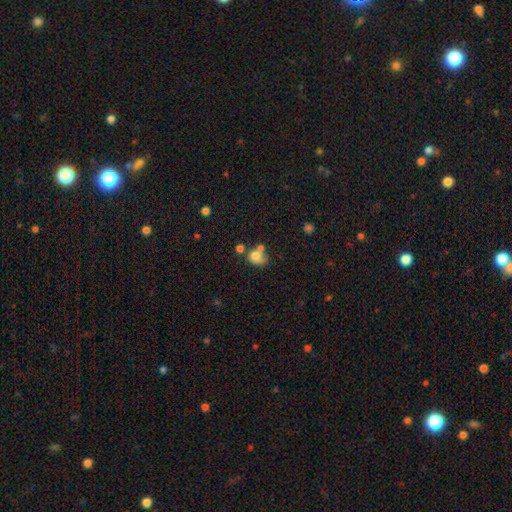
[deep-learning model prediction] Smooth or featured: smooth — 70% (featured or disk — 19%)
How rounded: round — 52% (in between — 47%)
Merging: merger — 36% (none — 30%)